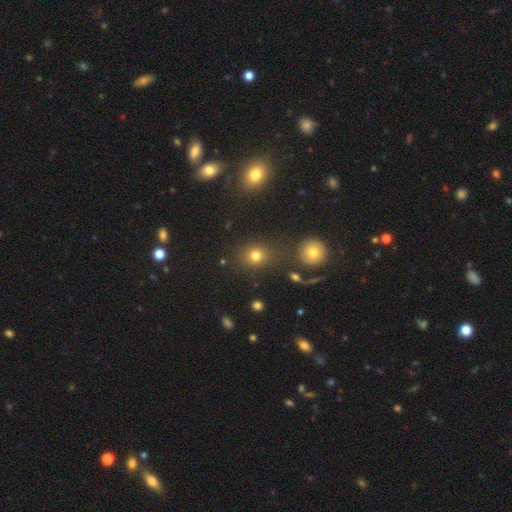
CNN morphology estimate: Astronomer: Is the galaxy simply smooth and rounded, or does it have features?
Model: smooth — 74%.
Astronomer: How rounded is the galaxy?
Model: round — 80%.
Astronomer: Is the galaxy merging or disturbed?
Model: none — 77%.